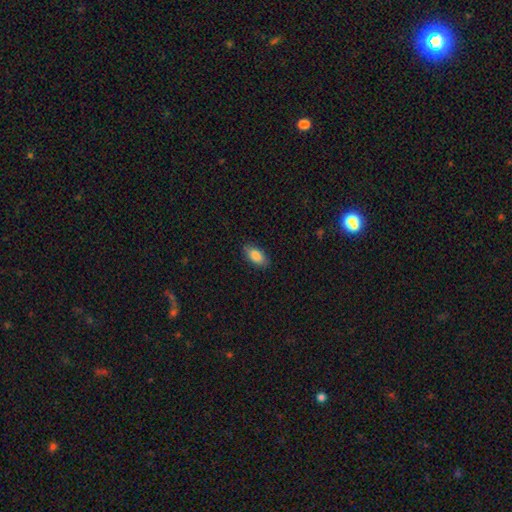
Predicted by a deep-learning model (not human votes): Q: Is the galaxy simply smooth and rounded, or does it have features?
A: smooth — 86%.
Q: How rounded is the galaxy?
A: in between — 91%.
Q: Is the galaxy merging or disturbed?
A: none — 86%.